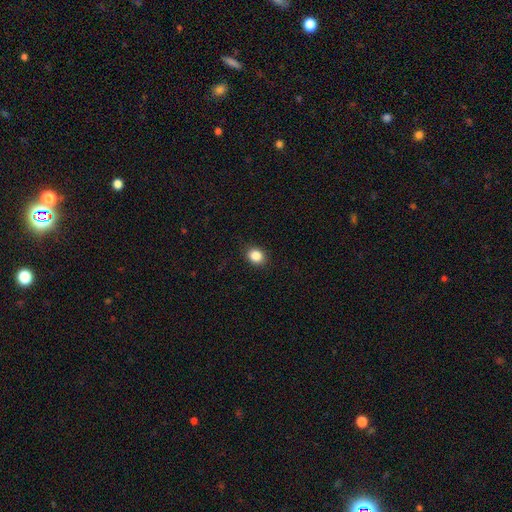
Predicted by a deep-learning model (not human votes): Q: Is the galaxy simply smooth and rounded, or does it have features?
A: smooth — 86%.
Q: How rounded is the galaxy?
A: round — 61%.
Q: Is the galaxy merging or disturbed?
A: none — 88%.